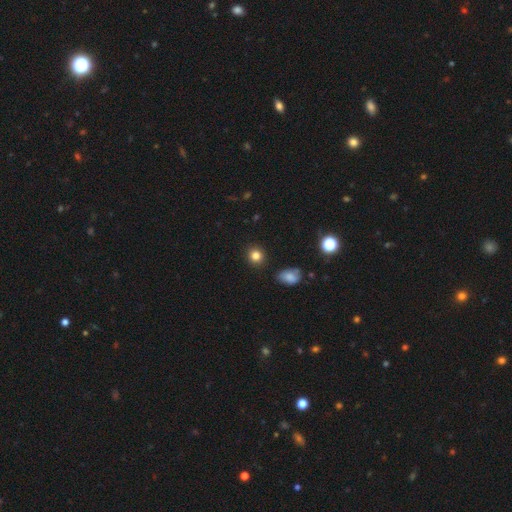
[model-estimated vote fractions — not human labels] smooth_or_featured: smooth (p=0.82) [alt: star or artifact p=0.12]
how_rounded: round (p=0.84) [alt: in between p=0.15]
merging: none (p=0.88) [alt: minor disturbance p=0.08]